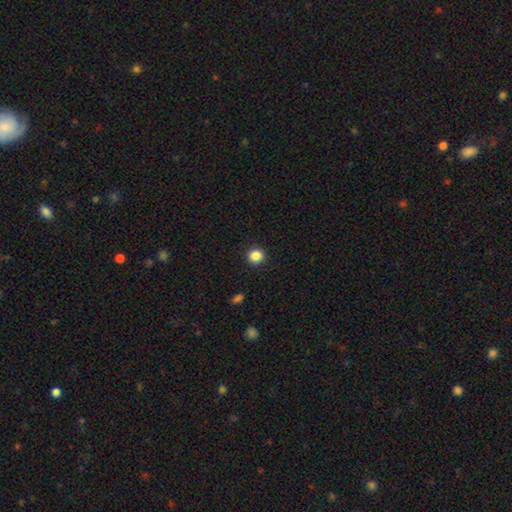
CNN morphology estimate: This is clearly a smooth galaxy (86%). How rounded: clearly round (90%). Merging: clearly none (92%).